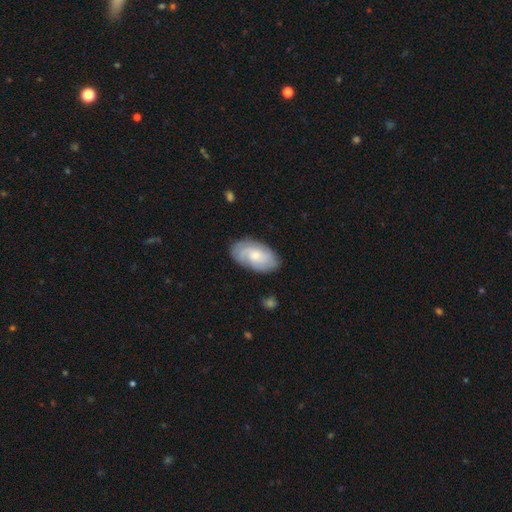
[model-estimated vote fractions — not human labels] smooth_or_featured: featured or disk (p=0.58) [alt: smooth p=0.37]
disk_edge_on: no (p=0.95) [alt: yes p=0.05]
bar: no (p=0.69) [alt: weak p=0.28]
has_spiral_arms: yes (p=0.88) [alt: no p=0.12]
bulge_size: moderate (p=0.48) [alt: small p=0.41]
merging: none (p=0.79) [alt: minor disturbance p=0.16]